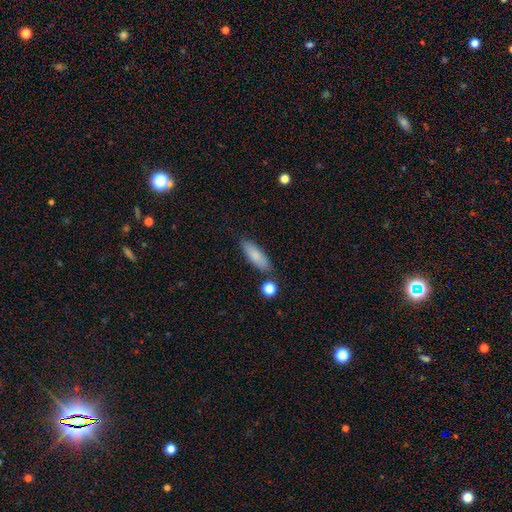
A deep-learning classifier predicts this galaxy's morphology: Smooth or featured?
  - smooth: 83% *
  - featured or disk: 11%
  - star or artifact: 7%
How rounded?
  - in between: 56% *
  - cigar-shaped: 41%
  - round: 2%
Merging?
  - none: 80% *
  - minor disturbance: 12%
  - merger: 5%
  - major disturbance: 3%